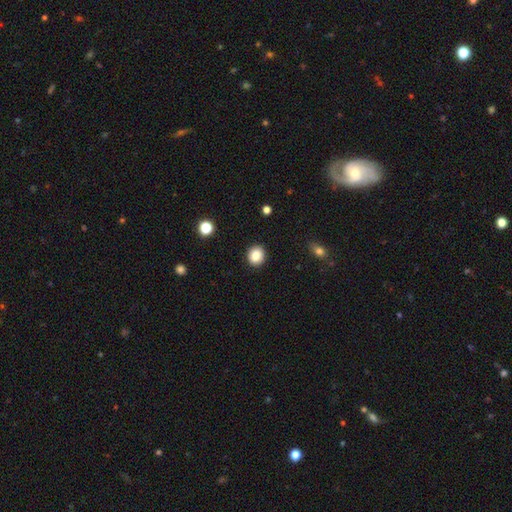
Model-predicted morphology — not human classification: Q: Smooth or featured?
A: smooth (85%); runner-up: star or artifact (9%)
Q: How rounded?
A: round (80%); runner-up: in between (19%)
Q: Merging?
A: none (91%); runner-up: minor disturbance (6%)